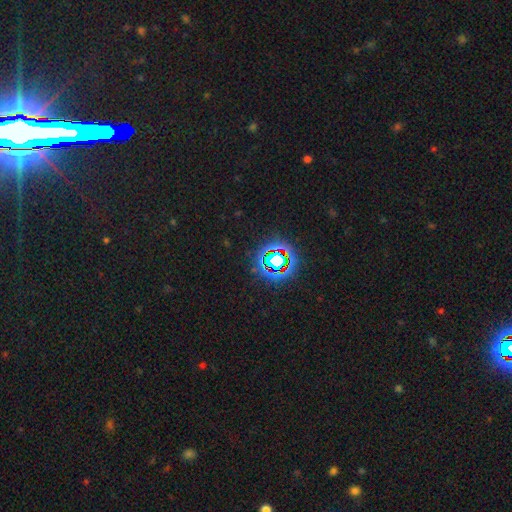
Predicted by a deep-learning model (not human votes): A star or artifact, not a galaxy (77%).